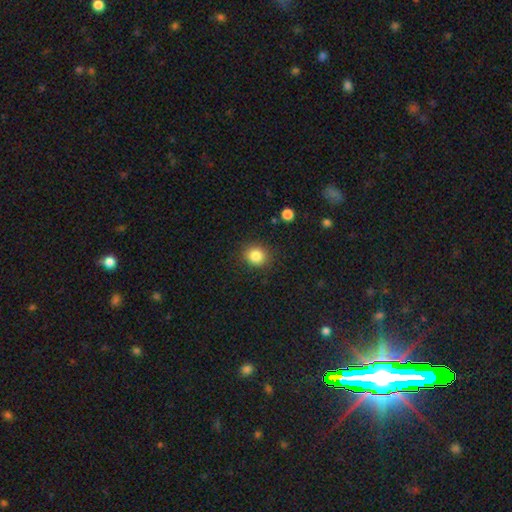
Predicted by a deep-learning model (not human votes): This appears to be a smooth galaxy with no disk features (85%) that is round (78%). Merging: none (87%).